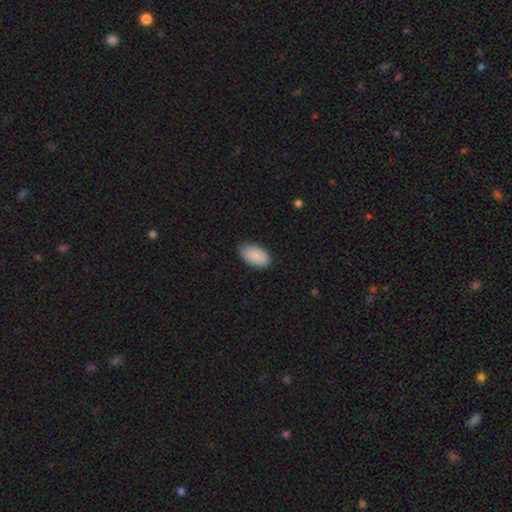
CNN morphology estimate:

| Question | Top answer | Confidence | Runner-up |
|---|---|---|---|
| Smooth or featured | smooth | 90% | star or artifact (6%) |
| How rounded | in between | 95% | round (3%) |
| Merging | none | 82% | minor disturbance (14%) |